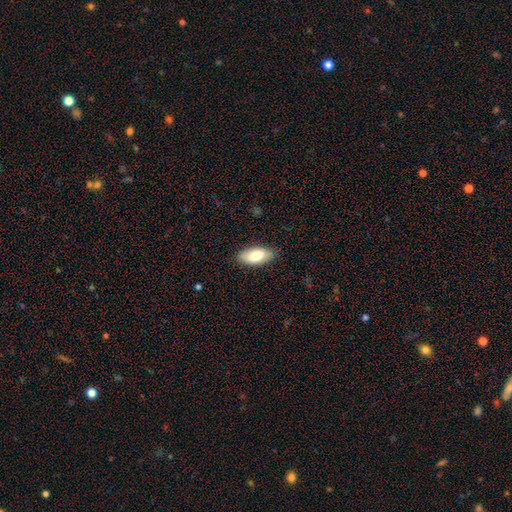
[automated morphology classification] Smooth or featured: smooth — 78% (featured or disk — 16%)
How rounded: in between — 90% (cigar-shaped — 8%)
Merging: none — 86% (minor disturbance — 11%)